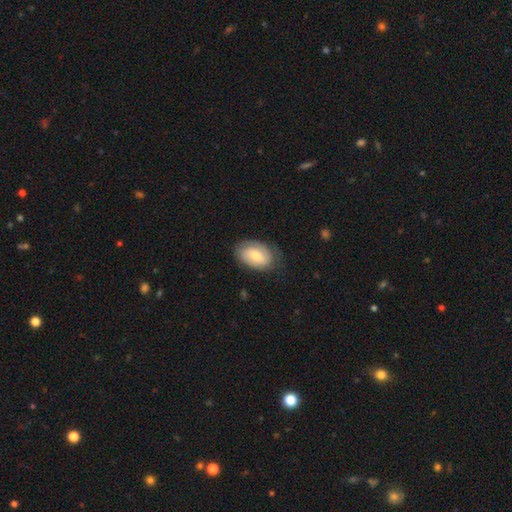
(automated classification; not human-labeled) The model was most divided on "smooth or featured": smooth: 58%, featured or disk: 36%, star or artifact: 6%. More confident: how rounded — in between (90%); merging — none (74%).